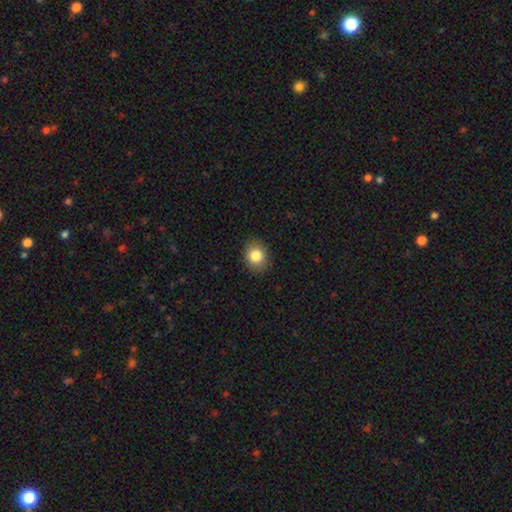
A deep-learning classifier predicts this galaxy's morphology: smooth_or_featured: smooth (p=0.83) [alt: star or artifact p=0.09]
how_rounded: round (p=0.56) [alt: in between p=0.43]
merging: none (p=0.89) [alt: minor disturbance p=0.08]